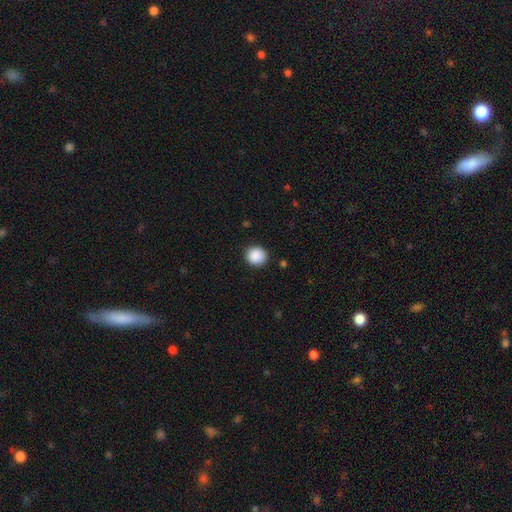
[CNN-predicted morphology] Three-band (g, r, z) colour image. It shows a smooth galaxy with no disk features (89%) that is round (90%). Merging: none (90%).